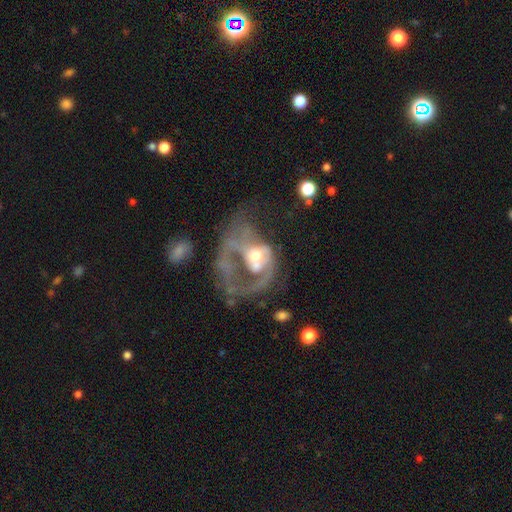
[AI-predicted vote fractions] Smooth or featured: featured or disk — 73% (smooth — 19%)
Edge-on disk: no — 97% (yes — 3%)
Bar: no — 69% (weak — 24%)
Spiral arms: yes — 58% (no — 42%)
Bulge size: moderate — 64% (small — 18%)
Merging: major disturbance — 51% (merger — 25%)